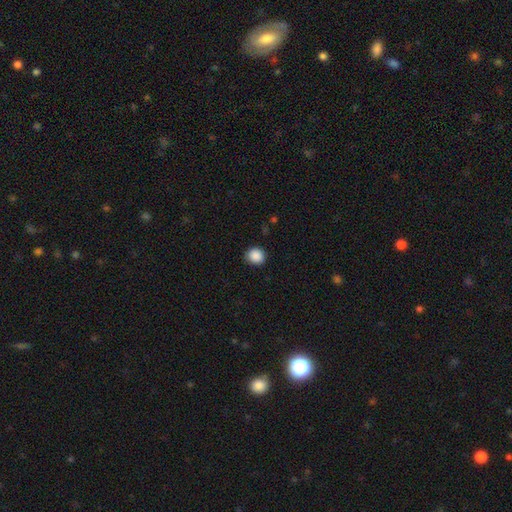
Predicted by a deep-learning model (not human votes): Morphology: type=smooth (89%); roundness=round (81%); merging=none (87%).